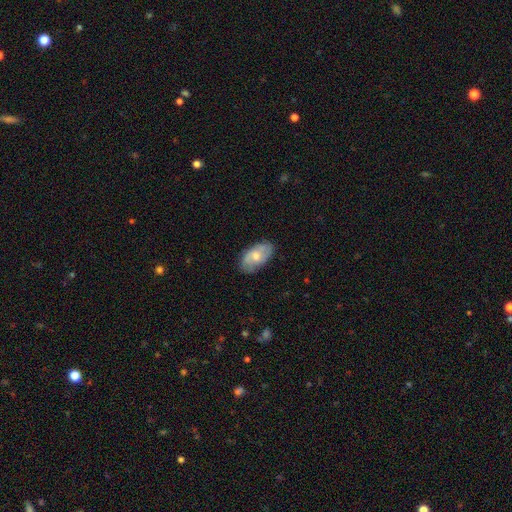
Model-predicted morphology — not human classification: smooth-or-featured: smooth: 53% | featured or disk: 41% | star or artifact: 6%
  how-rounded: in between: 93% | round: 5% | cigar-shaped: 2%
  merging: none: 78% | minor disturbance: 17% | major disturbance: 4% | merger: 1%